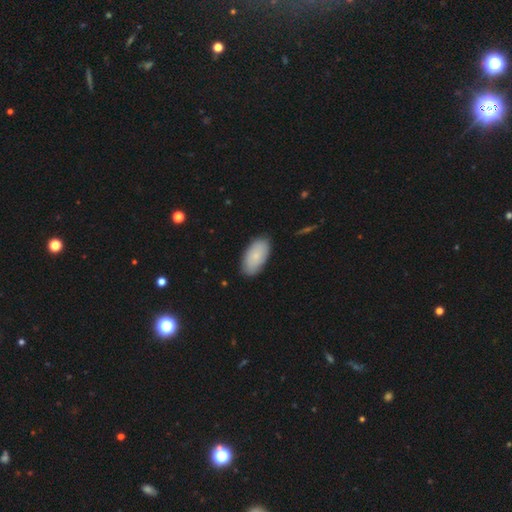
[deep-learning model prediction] Smooth or featured?
  - smooth: 80% *
  - featured or disk: 14%
  - star or artifact: 6%
How rounded?
  - in between: 95% *
  - cigar-shaped: 3%
  - round: 2%
Merging?
  - none: 85% *
  - minor disturbance: 12%
  - major disturbance: 2%
  - merger: 1%